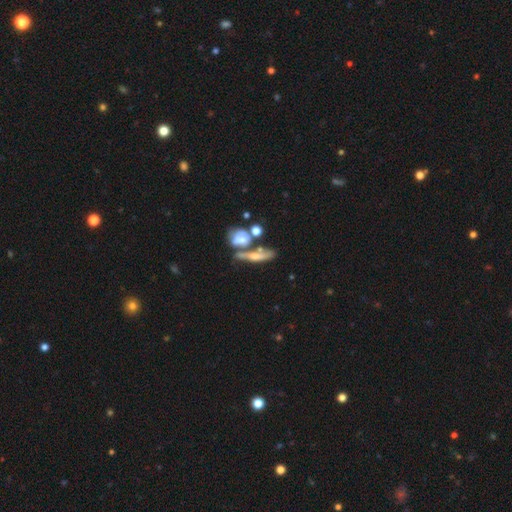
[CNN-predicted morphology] Smooth or featured?
  - featured or disk: 48% *
  - smooth: 41%
  - star or artifact: 11%
Merging?
  - merger: 38% *
  - none: 37%
  - minor disturbance: 15%
  - major disturbance: 10%